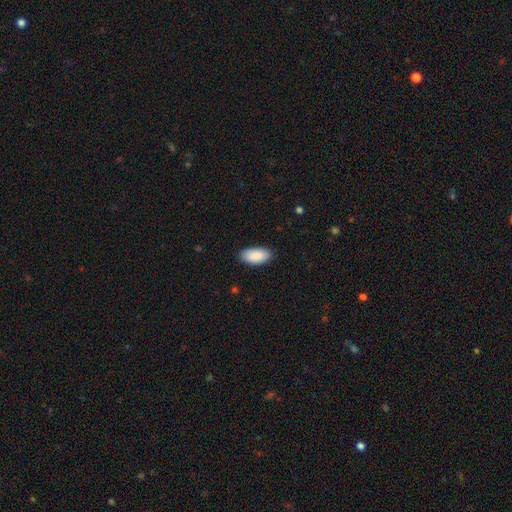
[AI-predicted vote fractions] This appears to be a smooth galaxy with no disk features (91%) that is in between round and cigar-shaped (95%). Merging: none (87%).